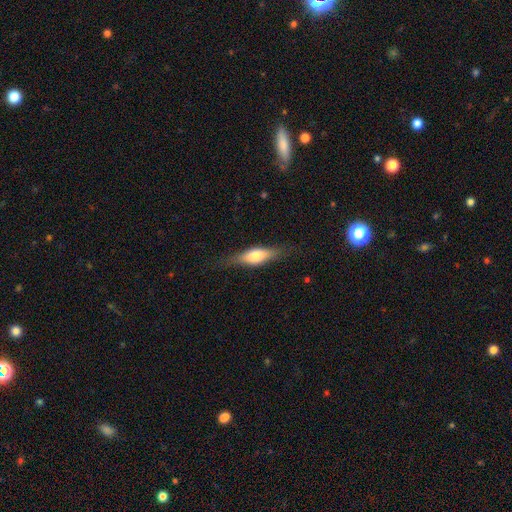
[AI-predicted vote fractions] Smooth or featured: smooth — 56% (featured or disk — 37%)
How rounded: in between — 51% (cigar-shaped — 46%)
Merging: none — 77% (minor disturbance — 16%)